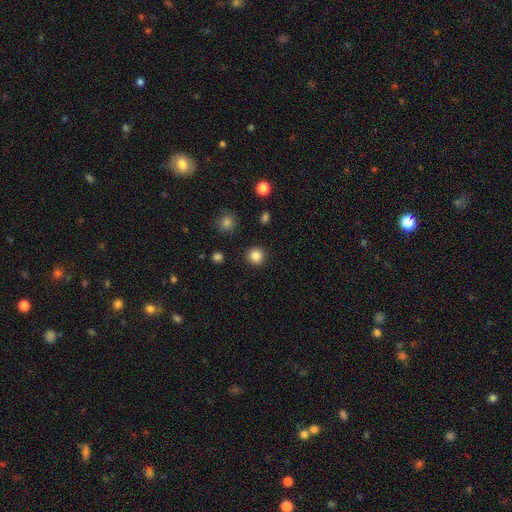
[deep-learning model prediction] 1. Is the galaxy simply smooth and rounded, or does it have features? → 85% smooth, 11% star or artifact, 4% featured or disk.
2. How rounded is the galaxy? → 94% round, 5% in between, 1% cigar-shaped.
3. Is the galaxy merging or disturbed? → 91% none, 5% minor disturbance, 2% major disturbance, 2% merger.